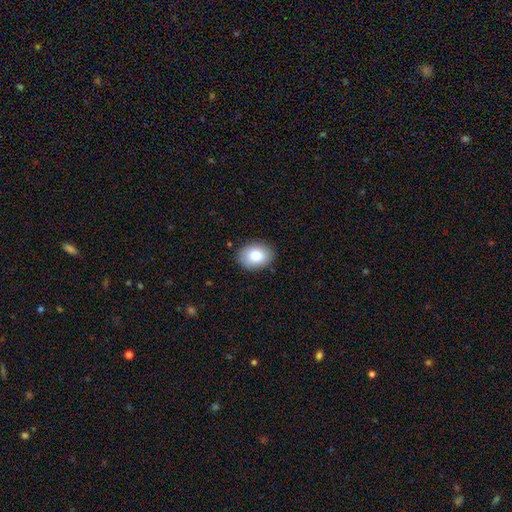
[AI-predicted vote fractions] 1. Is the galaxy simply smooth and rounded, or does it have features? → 83% smooth, 9% featured or disk, 8% star or artifact.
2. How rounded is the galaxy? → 66% in between, 33% round, 1% cigar-shaped.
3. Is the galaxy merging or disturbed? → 87% none, 9% minor disturbance, 2% major disturbance, 1% merger.